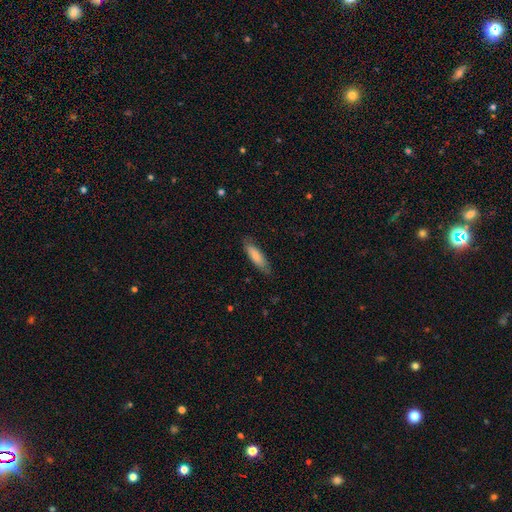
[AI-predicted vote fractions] Smooth or featured: smooth — 80% (featured or disk — 14%)
How rounded: cigar-shaped — 55% (in between — 44%)
Merging: none — 81% (minor disturbance — 15%)